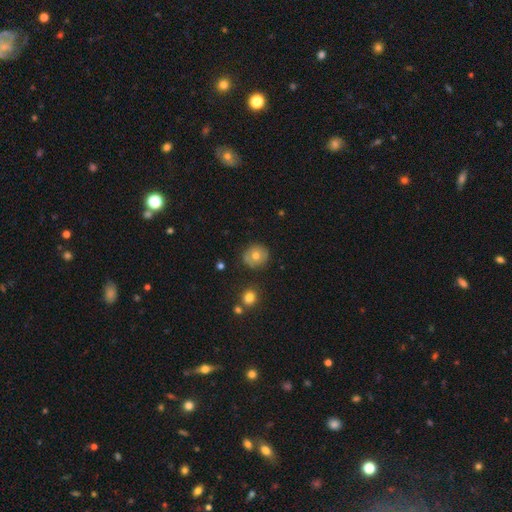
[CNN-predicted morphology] Smooth or featured?
  - smooth: 68% *
  - featured or disk: 22%
  - star or artifact: 10%
How rounded?
  - round: 88% *
  - in between: 11%
  - cigar-shaped: 1%
Merging?
  - none: 83% *
  - minor disturbance: 12%
  - major disturbance: 3%
  - merger: 2%